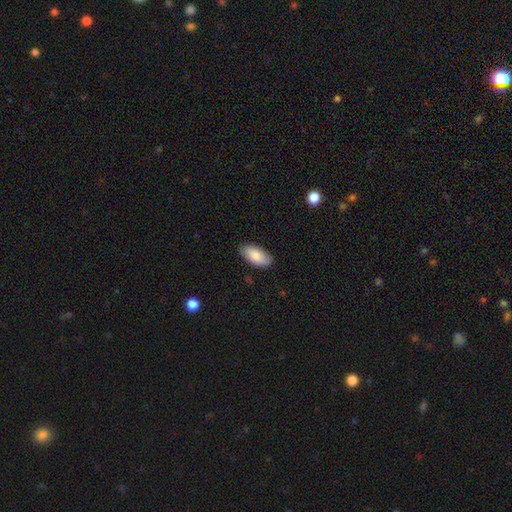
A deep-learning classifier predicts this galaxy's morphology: A smooth galaxy with no disk features (85%) that is in between round and cigar-shaped (93%).

Vote fractions:
- Smooth or featured? smooth: 85% / featured or disk: 9% / star or artifact: 6%
- How rounded? in between: 93% / cigar-shaped: 5% / round: 2%
- Merging? none: 86% / minor disturbance: 11% / major disturbance: 2% / merger: 1%